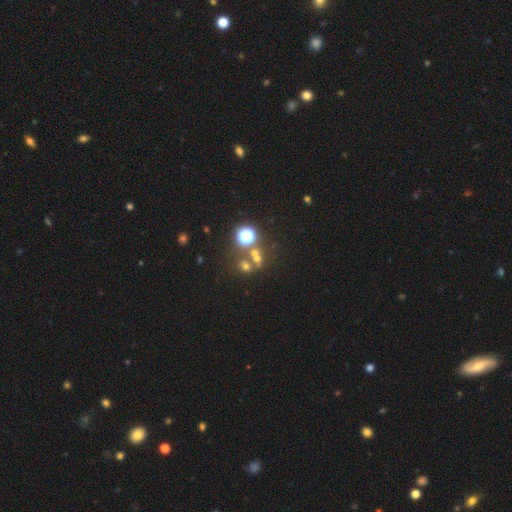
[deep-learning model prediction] smooth-or-featured: smooth: 46% | star or artifact: 39% | featured or disk: 15%
  merging: none: 51% | merger: 35% | minor disturbance: 8% | major disturbance: 6%